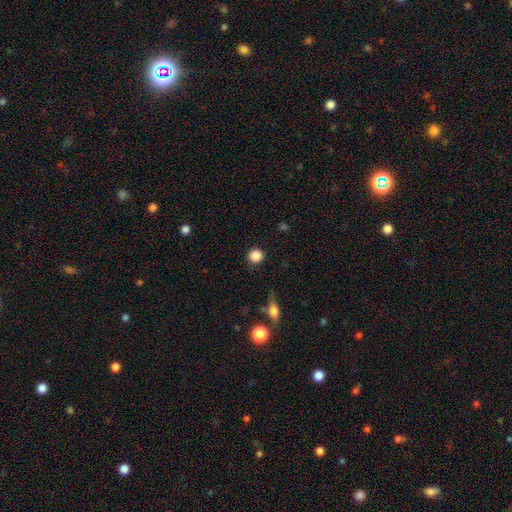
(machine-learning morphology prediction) type=smooth (87%); roundness=round (94%); merging=none (89%).